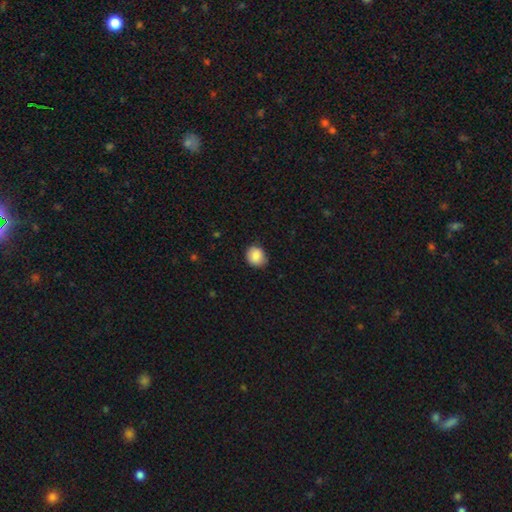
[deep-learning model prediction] A smooth galaxy with no disk features (87%) that is round (75%). Merging: none (80%).